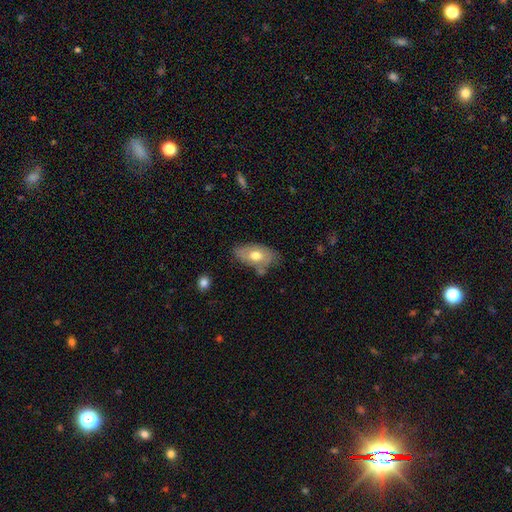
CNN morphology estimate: Q: Smooth or featured?
A: smooth (63%); runner-up: featured or disk (30%)
Q: How rounded?
A: in between (91%); runner-up: round (6%)
Q: Merging?
A: none (58%); runner-up: minor disturbance (28%)